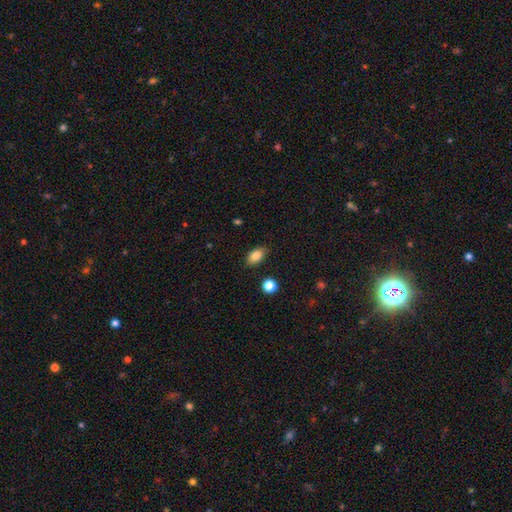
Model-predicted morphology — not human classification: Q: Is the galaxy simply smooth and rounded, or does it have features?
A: smooth — 86%.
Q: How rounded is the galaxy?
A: in between — 89%.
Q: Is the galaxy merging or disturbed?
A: none — 86%.